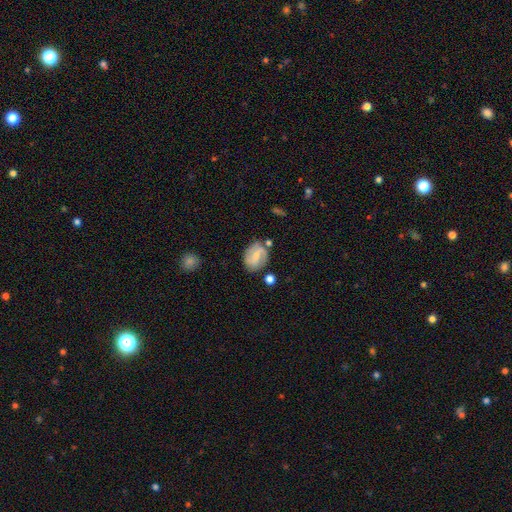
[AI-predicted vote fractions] Smooth or featured: featured or disk — 54% (smooth — 38%)
Edge-on disk: no — 97% (yes — 3%)
Bar: weak — 50% (strong — 27%)
Spiral arms: yes — 83% (no — 17%)
Bulge size: small — 55% (moderate — 23%)
Merging: none — 66% (minor disturbance — 20%)